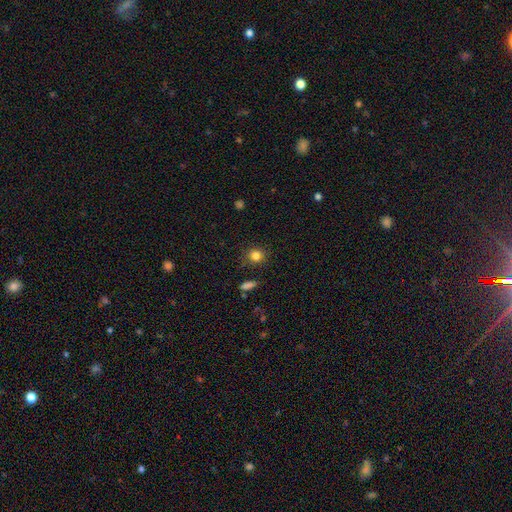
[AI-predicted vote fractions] Morphology: type=smooth (83%); roundness=round (83%); merging=none (84%).